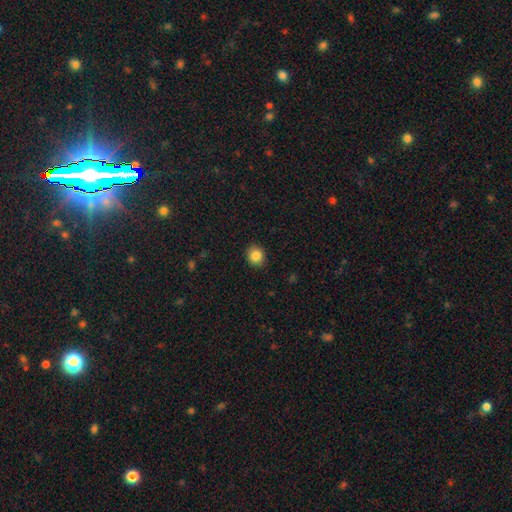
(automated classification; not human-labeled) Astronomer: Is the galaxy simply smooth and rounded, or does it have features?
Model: smooth — 86%.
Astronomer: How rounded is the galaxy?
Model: round — 75%.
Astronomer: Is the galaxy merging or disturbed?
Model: none — 90%.